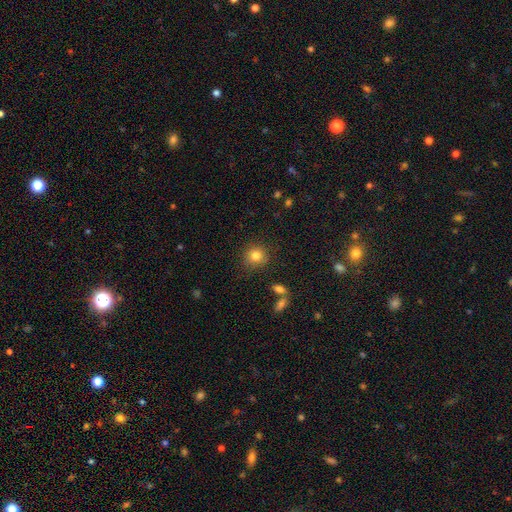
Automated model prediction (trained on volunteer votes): The model was most divided on "smooth or featured": smooth: 82%, star or artifact: 11%, featured or disk: 7%. More confident: how rounded — round (89%); merging — none (85%).